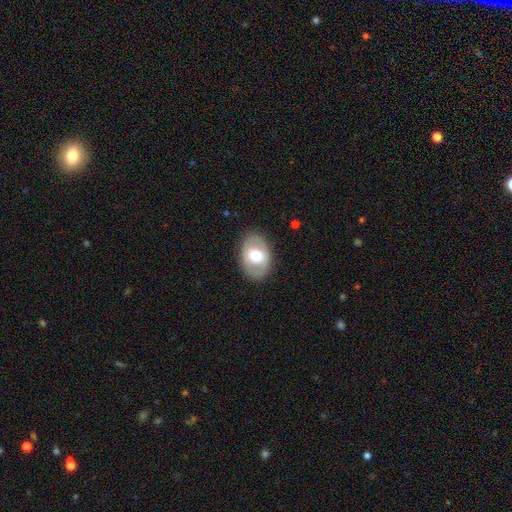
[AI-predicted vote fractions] A smooth galaxy with no disk features (52%) that is in between round and cigar-shaped (77%). Merging: none (84%).